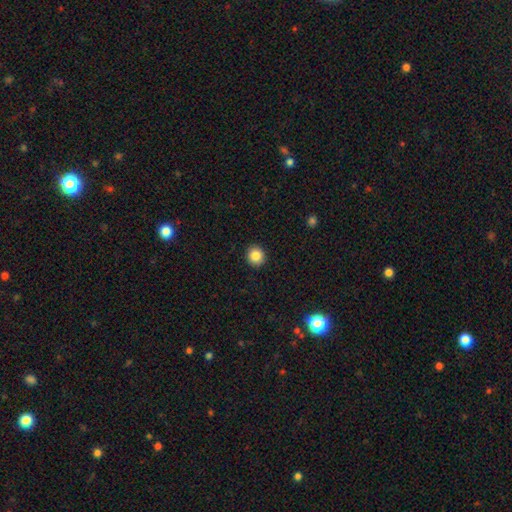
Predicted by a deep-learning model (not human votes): Smooth or featured? smooth (86%)
How rounded? round (91%)
Merging? none (93%)